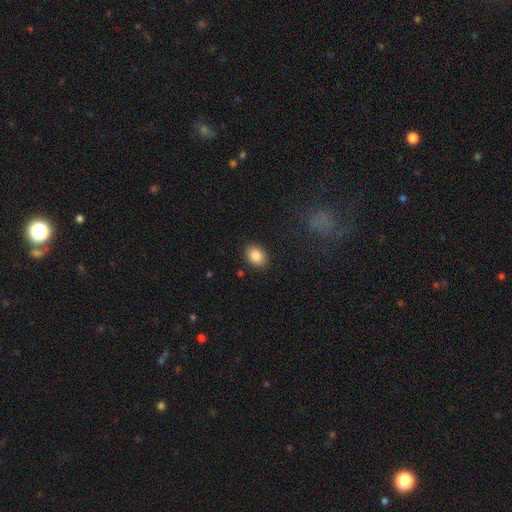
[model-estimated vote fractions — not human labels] Smooth or featured?
  - smooth: 87% *
  - star or artifact: 8%
  - featured or disk: 5%
How rounded?
  - in between: 69% *
  - round: 30%
  - cigar-shaped: 1%
Merging?
  - none: 88% *
  - minor disturbance: 8%
  - major disturbance: 2%
  - merger: 1%